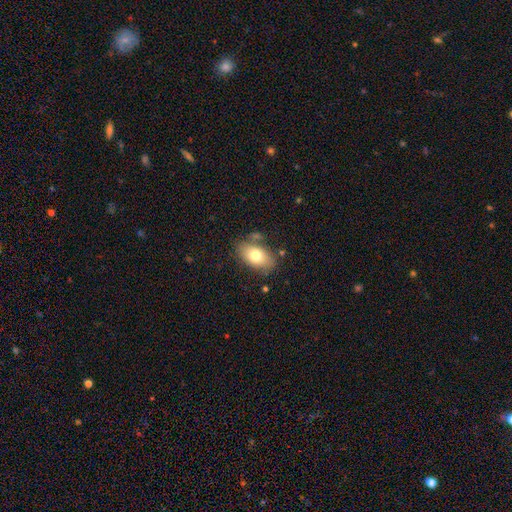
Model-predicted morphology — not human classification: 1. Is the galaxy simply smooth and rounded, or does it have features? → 74% smooth, 18% featured or disk, 8% star or artifact.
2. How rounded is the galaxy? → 90% in between, 8% round, 2% cigar-shaped.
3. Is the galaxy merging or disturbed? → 74% none, 16% minor disturbance, 6% merger, 4% major disturbance.